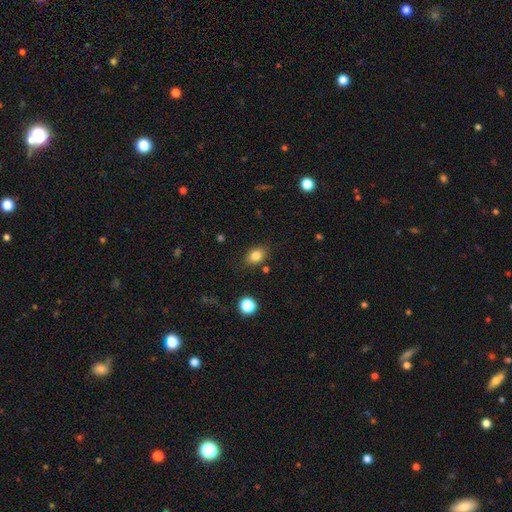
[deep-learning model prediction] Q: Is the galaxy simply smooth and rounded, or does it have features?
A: smooth — 82%.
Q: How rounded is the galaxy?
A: in between — 68%.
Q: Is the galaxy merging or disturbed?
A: none — 82%.